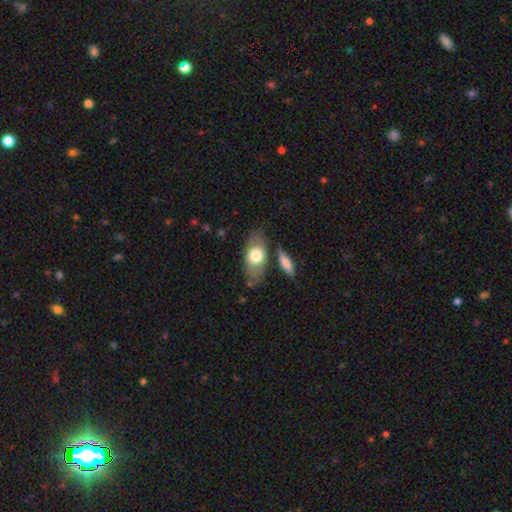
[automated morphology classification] Smooth or featured? smooth (68%)
How rounded? in between (88%)
Merging? none (68%)